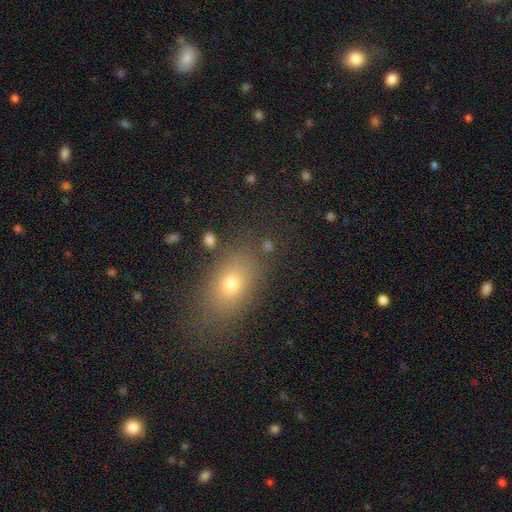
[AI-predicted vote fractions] This is likely a smooth galaxy (66%). How rounded: likely in between (72%). Merging: clearly none (85%).